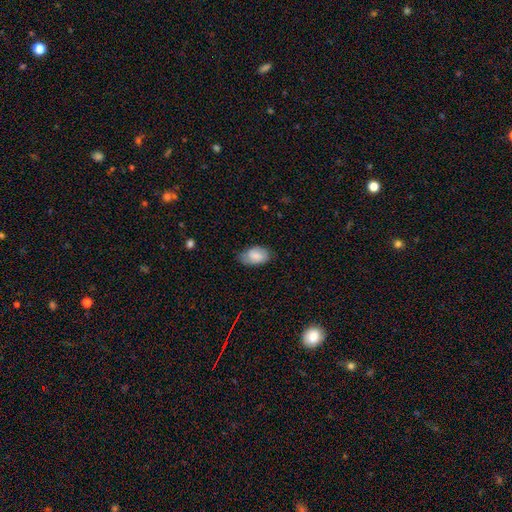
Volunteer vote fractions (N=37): Volunteers were most divided on "smooth or featured": smooth: 65%, featured or disk: 30%, star or artifact: 5%. More confident: how rounded — in between (100%); merging — none (83%).